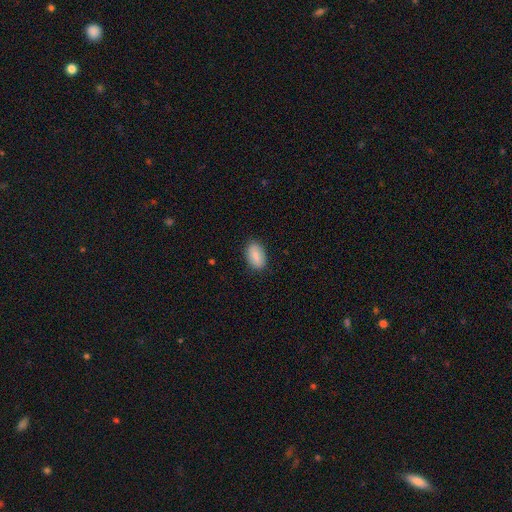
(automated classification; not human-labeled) smooth_or_featured: smooth (p=0.86) [alt: featured or disk p=0.08]
how_rounded: in between (p=0.92) [alt: round p=0.06]
merging: none (p=0.86) [alt: minor disturbance p=0.11]